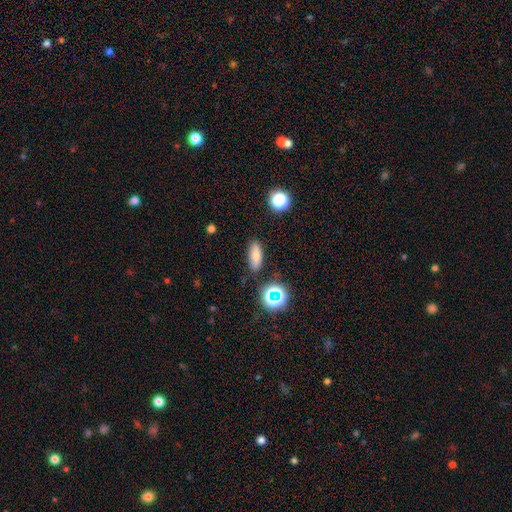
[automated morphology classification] This appears to be a smooth galaxy with no disk features (78%) that is in between round and cigar-shaped (65%). Merging: none (85%).